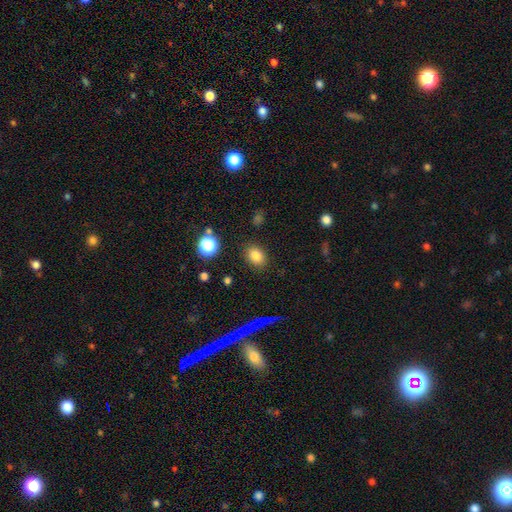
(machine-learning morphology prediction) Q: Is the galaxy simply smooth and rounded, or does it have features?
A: smooth — 82%.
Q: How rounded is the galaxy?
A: in between — 57%.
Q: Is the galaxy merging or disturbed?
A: none — 85%.